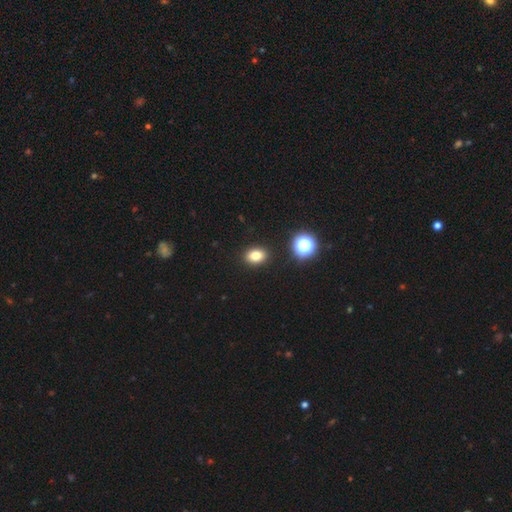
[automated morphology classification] Smooth or featured: smooth — 80% (star or artifact — 13%)
How rounded: in between — 67% (round — 32%)
Merging: none — 89% (minor disturbance — 7%)